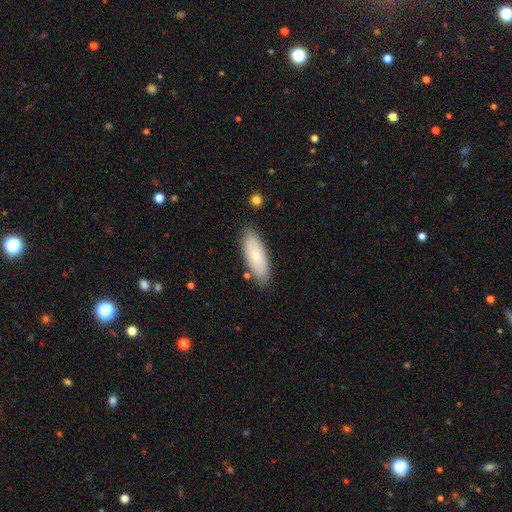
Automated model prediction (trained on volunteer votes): This appears to be a smooth galaxy with no disk features (71%) that is in between round and cigar-shaped (74%). Merging: none (83%).